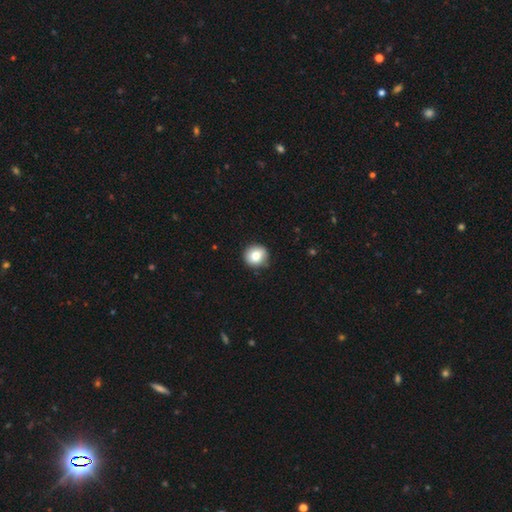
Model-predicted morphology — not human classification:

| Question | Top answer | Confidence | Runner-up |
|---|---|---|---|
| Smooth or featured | smooth | 82% | featured or disk (9%) |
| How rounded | round | 91% | in between (8%) |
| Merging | none | 87% | minor disturbance (10%) |